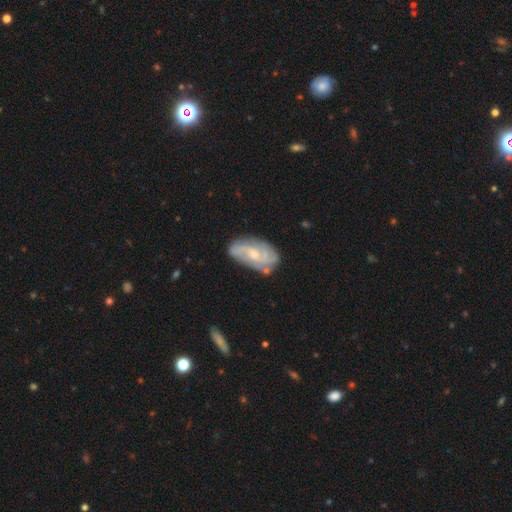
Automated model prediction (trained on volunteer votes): A featured or disk galaxy (74%) with no bar (58%), 2 (34%) medium (42%) spiral arms (90%) and a moderate central bulge (47%).

Vote fractions:
- Smooth or featured? featured or disk: 74% / smooth: 20% / star or artifact: 6%
- Edge-on disk? no: 95% / yes: 5%
- Bar? no: 58% / weak: 36% / strong: 6%
- Spiral arms? yes: 90% / no: 10%
- Spiral winding? medium: 42% / tight: 38% / loose: 21%
- Spiral arm count? 2: 34% / can't tell: 28% / 3: 23% / 4: 8% / 1: 4% / more than 4: 3%
- Bulge size? moderate: 47% / small: 43% / none: 6% / large: 3% / dominant: 1%
- Merging? none: 69% / minor disturbance: 21% / major disturbance: 6% / merger: 3%